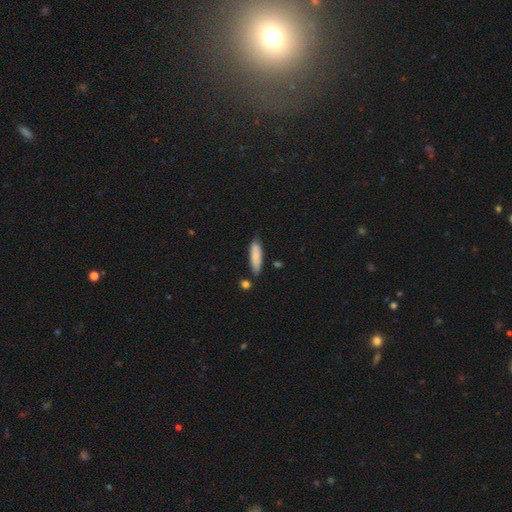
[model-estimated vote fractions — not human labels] Overall: smooth (80%). How rounded: cigar-shaped (61%; in between 38%). Merging: none (73%).